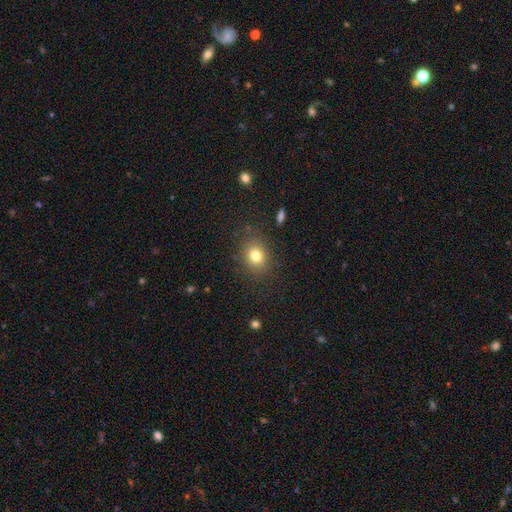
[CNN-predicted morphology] A smooth galaxy with no disk features (79%) that is round (54%). Merging: none (84%).